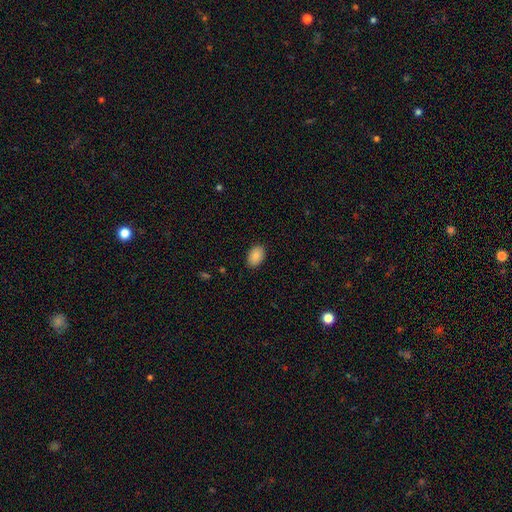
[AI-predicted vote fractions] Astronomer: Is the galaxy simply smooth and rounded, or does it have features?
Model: smooth — 89%.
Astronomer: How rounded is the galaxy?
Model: in between — 88%.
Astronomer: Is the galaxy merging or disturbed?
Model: none — 88%.